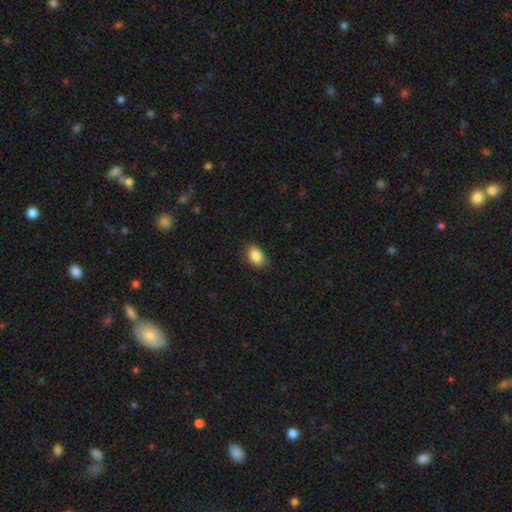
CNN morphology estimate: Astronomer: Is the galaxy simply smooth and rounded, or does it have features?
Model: smooth — 87%.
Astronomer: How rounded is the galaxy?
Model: in between — 86%.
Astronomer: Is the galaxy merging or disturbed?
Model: none — 84%.